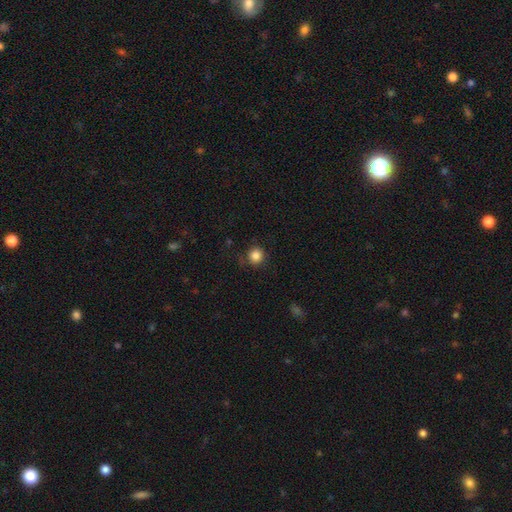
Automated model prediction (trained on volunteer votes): A smooth galaxy with no disk features (85%) that is round (92%).

Vote fractions:
- Smooth or featured? smooth: 85% / star or artifact: 11% / featured or disk: 4%
- How rounded? round: 92% / in between: 7% / cigar-shaped: 1%
- Merging? none: 83% / minor disturbance: 12% / major disturbance: 4% / merger: 1%